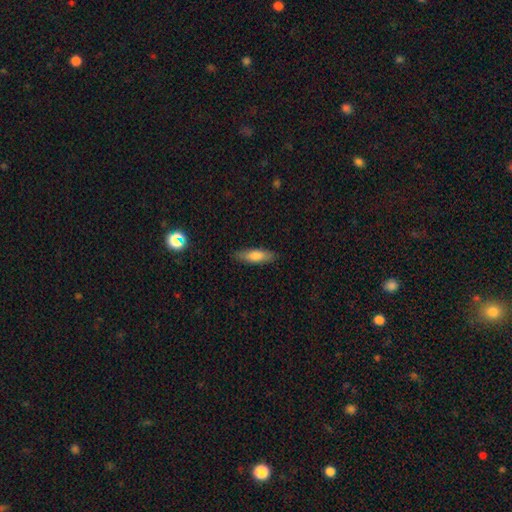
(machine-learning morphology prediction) Smooth or featured? Predicted: smooth (p=0.77). How rounded? Predicted: cigar-shaped (p=0.53). Merging? Predicted: none (p=0.86).